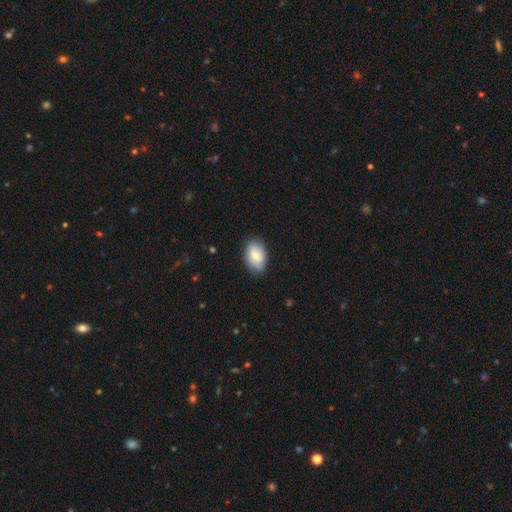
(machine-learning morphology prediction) smooth 75%, featured or disk 18%, star or artifact 7%. Down the decision tree: how rounded — in between (89%); merging — none (77%).